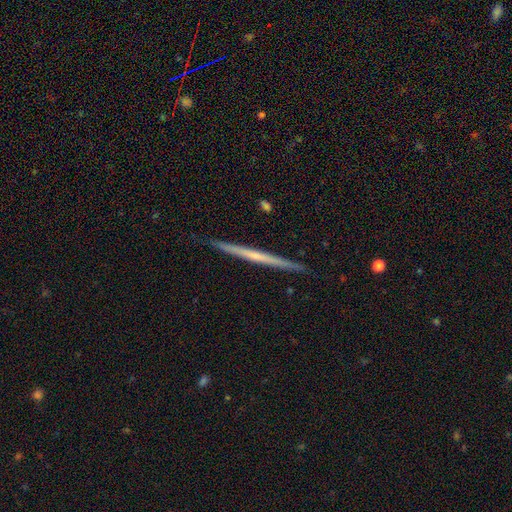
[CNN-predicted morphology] smooth_or_featured: featured or disk (p=0.60) [alt: smooth p=0.35]
disk_edge_on: yes (p=0.98) [alt: no p=0.02]
edge_on_bulge: none (p=0.83) [alt: rounded p=0.13]
merging: none (p=0.92) [alt: minor disturbance p=0.06]